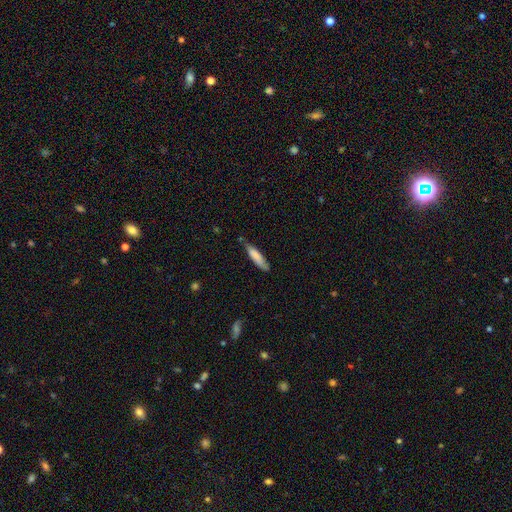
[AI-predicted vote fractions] This appears to be a smooth galaxy with no disk features (79%) that is cigar-shaped (79%). Merging: none (68%).